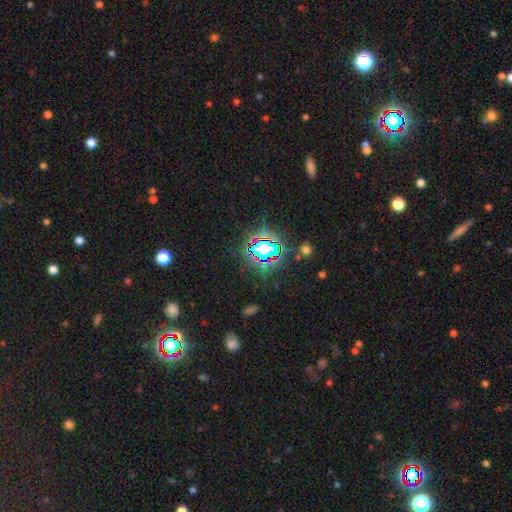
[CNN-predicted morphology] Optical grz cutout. It shows a star or artifact, not a galaxy (81%).